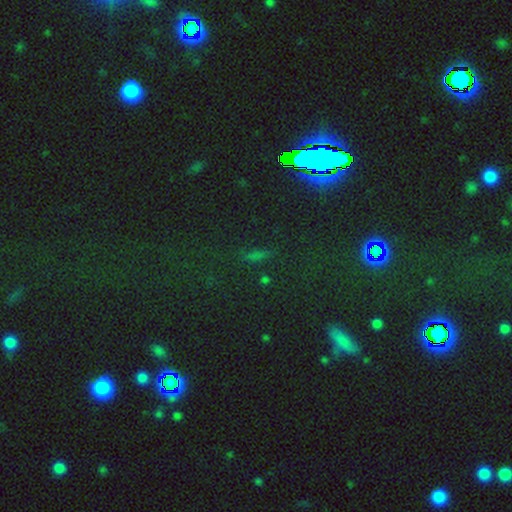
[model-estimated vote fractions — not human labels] Smooth or featured: star or artifact — 63% (smooth — 26%)